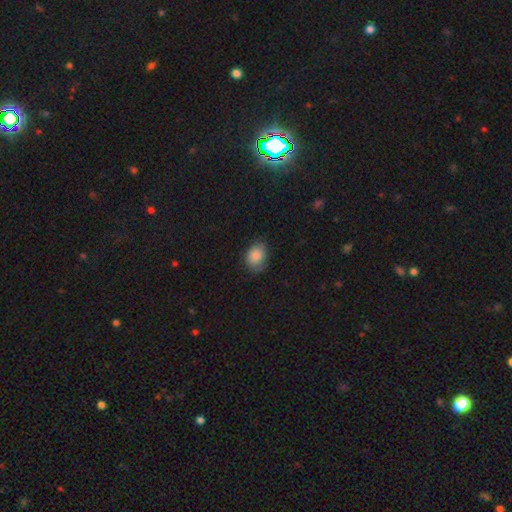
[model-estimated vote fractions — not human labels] Morphology: type=smooth (84%); roundness=in between (64%); merging=none (67%).